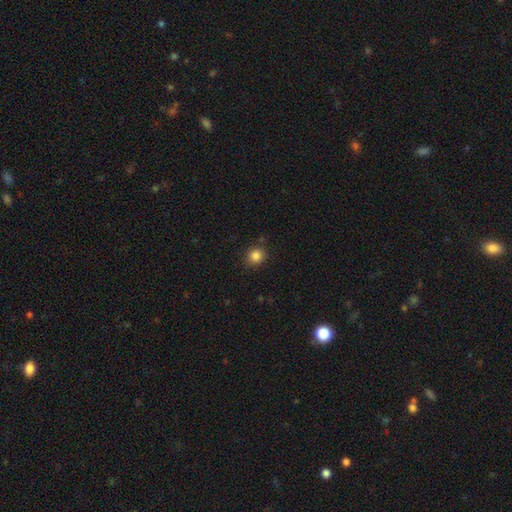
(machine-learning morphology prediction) Q: Smooth or featured?
A: smooth (84%); runner-up: star or artifact (11%)
Q: How rounded?
A: round (84%); runner-up: in between (16%)
Q: Merging?
A: none (86%); runner-up: minor disturbance (9%)